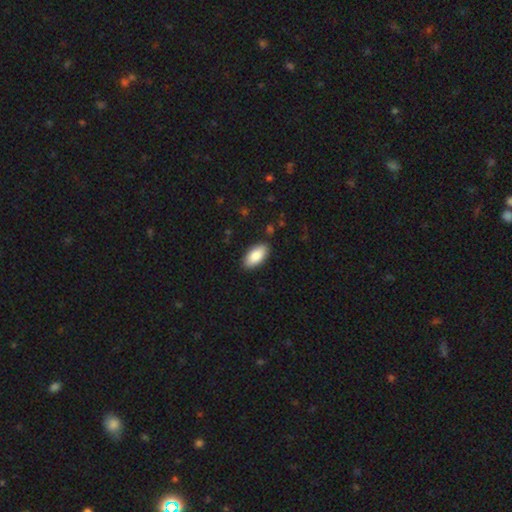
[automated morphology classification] This appears to be a smooth galaxy with no disk features (86%) that is in between round and cigar-shaped (92%). Merging: none (88%).